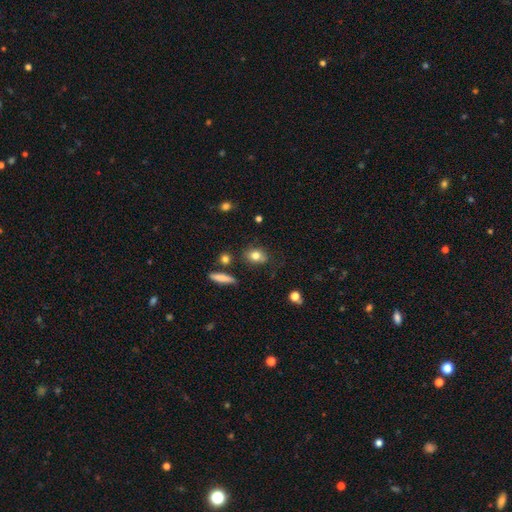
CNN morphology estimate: Q: Smooth or featured?
A: smooth (79%); runner-up: featured or disk (11%)
Q: How rounded?
A: in between (61%); runner-up: round (36%)
Q: Merging?
A: none (75%); runner-up: minor disturbance (16%)